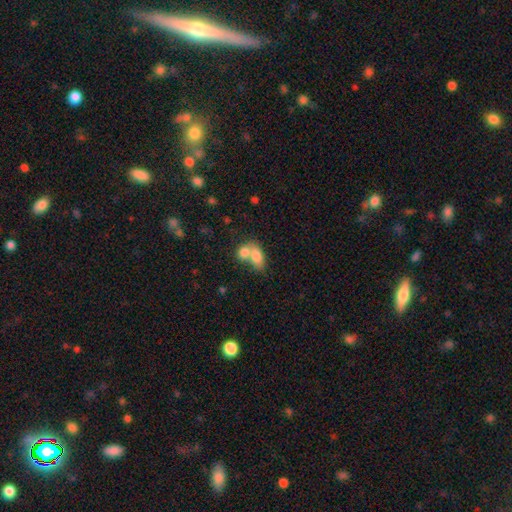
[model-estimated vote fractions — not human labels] This is likely a smooth galaxy (79%). How rounded: clearly in between (84%). Merging: likely merger (65%).